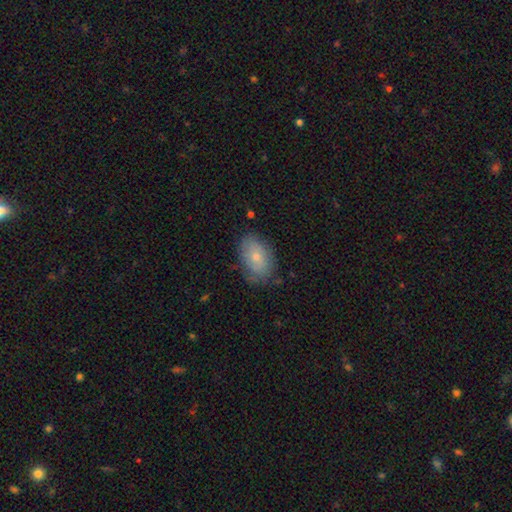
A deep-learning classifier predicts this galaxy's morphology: Overall: smooth (73%). How rounded: in between (89%). Merging: none (74%).